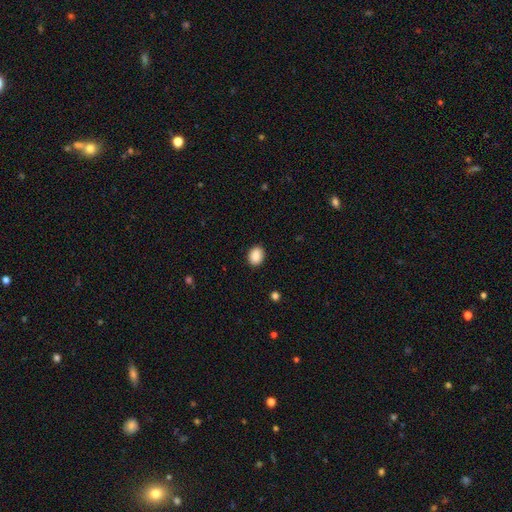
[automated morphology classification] Smooth or featured? Predicted: smooth (p=0.89). How rounded? Predicted: in between (p=0.57). Merging? Predicted: none (p=0.89).